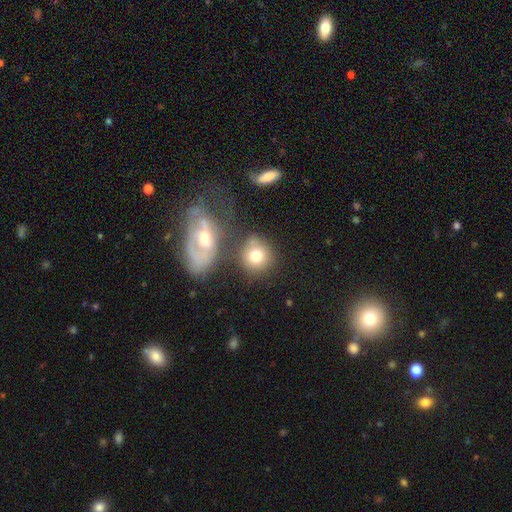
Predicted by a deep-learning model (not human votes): This appears to be a smooth galaxy with no disk features (71%) that is round (81%). Merging: none (56%).